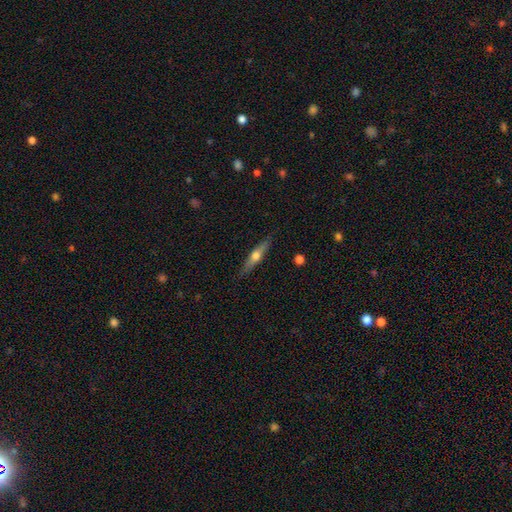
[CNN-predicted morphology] Overall: featured or disk (57%; smooth 37%). Edge-on disk: yes (95%). Edge-on bulge: rounded (93%). Merging: none (87%).